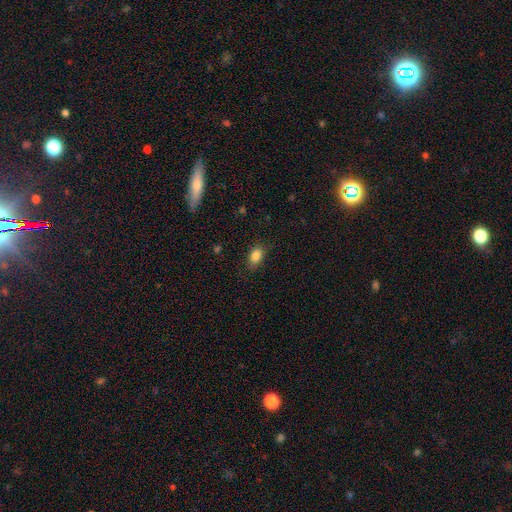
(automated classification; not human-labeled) Overall: smooth (86%). How rounded: in between (86%). Merging: none (83%).